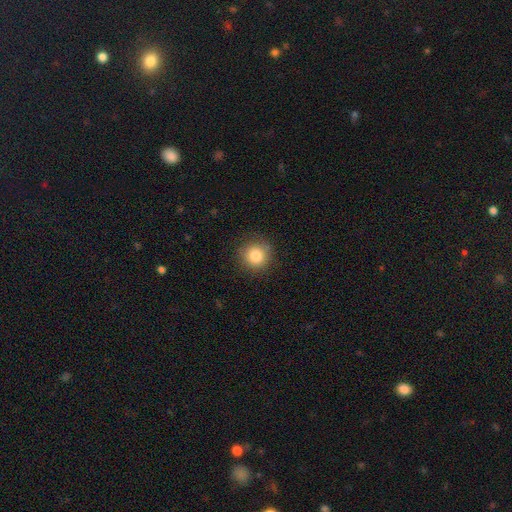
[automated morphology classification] Smooth or featured?
  - smooth: 83% *
  - star or artifact: 10%
  - featured or disk: 7%
How rounded?
  - round: 93% *
  - in between: 6%
  - cigar-shaped: 1%
Merging?
  - none: 87% *
  - minor disturbance: 9%
  - major disturbance: 3%
  - merger: 1%